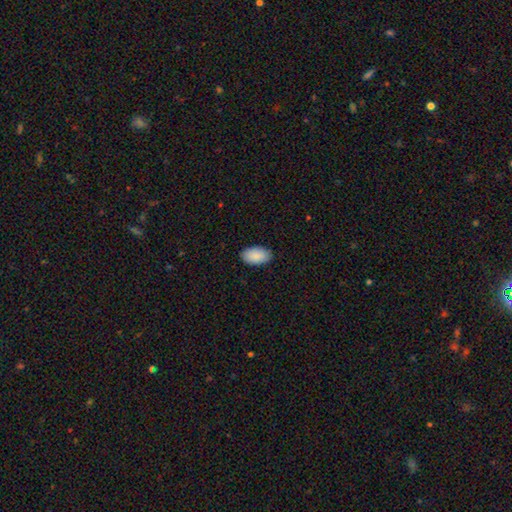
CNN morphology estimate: Smooth or featured? smooth (91%)
How rounded? in between (96%)
Merging? none (88%)